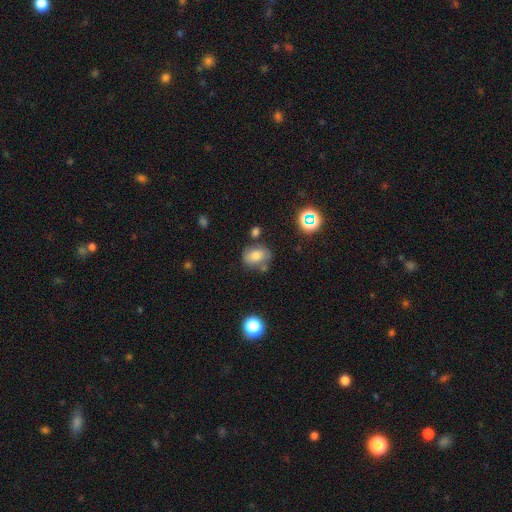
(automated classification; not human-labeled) Smooth or featured? smooth (70%)
How rounded? in between (60%)
Merging? none (65%)